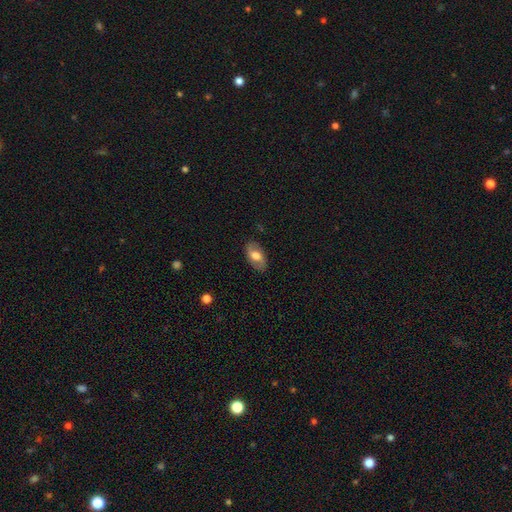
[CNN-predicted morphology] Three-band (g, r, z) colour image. It shows a smooth galaxy with no disk features (51%) that is in between round and cigar-shaped (92%). Merging: none (84%).